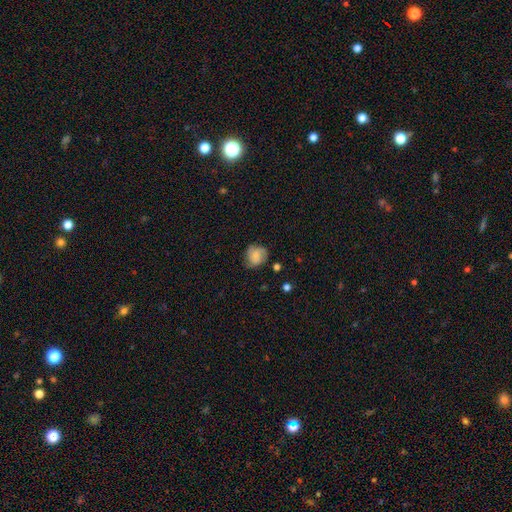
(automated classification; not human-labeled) This appears to be a smooth galaxy with no disk features (61%) that is round (72%). Merging: none (66%).